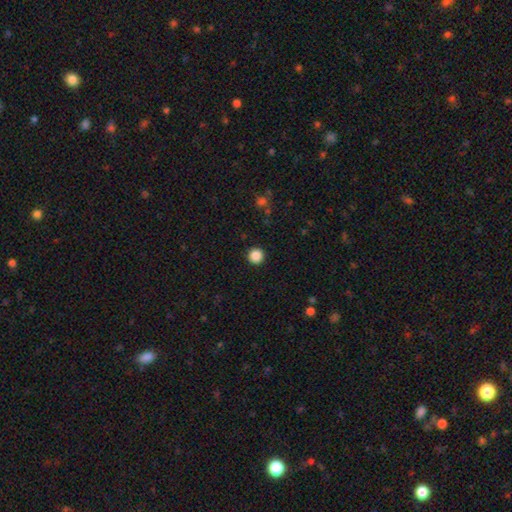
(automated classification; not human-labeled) A smooth galaxy with no disk features (87%) that is round (97%).

Vote fractions:
- Smooth or featured? smooth: 87% / star or artifact: 10% / featured or disk: 3%
- How rounded? round: 97% / in between: 3% / cigar-shaped: 1%
- Merging? none: 93% / minor disturbance: 4% / major disturbance: 2% / merger: 1%